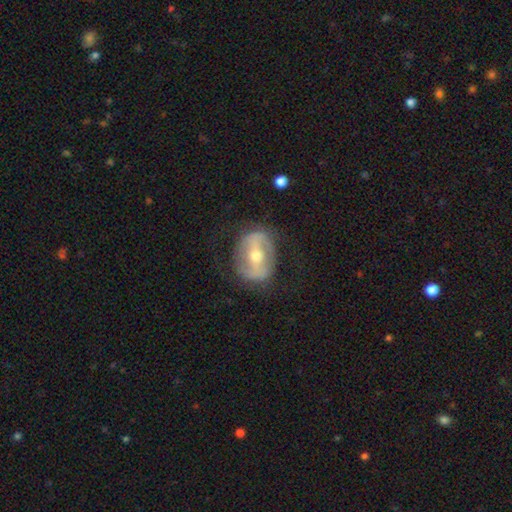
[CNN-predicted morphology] A featured or disk galaxy (74%) with a strong bar (58%), spiral arms (57%) and a moderate central bulge (66%).

Vote fractions:
- Smooth or featured? featured or disk: 74% / smooth: 20% / star or artifact: 6%
- Edge-on disk? no: 92% / yes: 8%
- Bar? strong: 58% / weak: 28% / no: 14%
- Spiral arms? yes: 57% / no: 43%
- Bulge size? moderate: 66% / small: 28% / large: 4% / none: 1% / dominant: 1%
- Merging? none: 75% / minor disturbance: 15% / major disturbance: 8% / merger: 1%